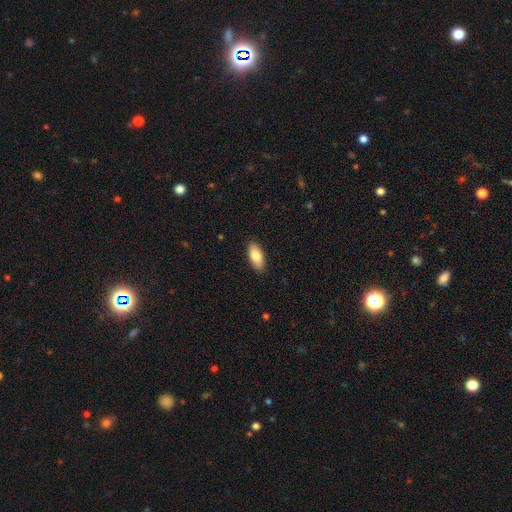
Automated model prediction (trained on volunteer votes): Q: Smooth or featured?
A: smooth (84%); runner-up: featured or disk (10%)
Q: How rounded?
A: in between (89%); runner-up: cigar-shaped (9%)
Q: Merging?
A: none (88%); runner-up: minor disturbance (9%)